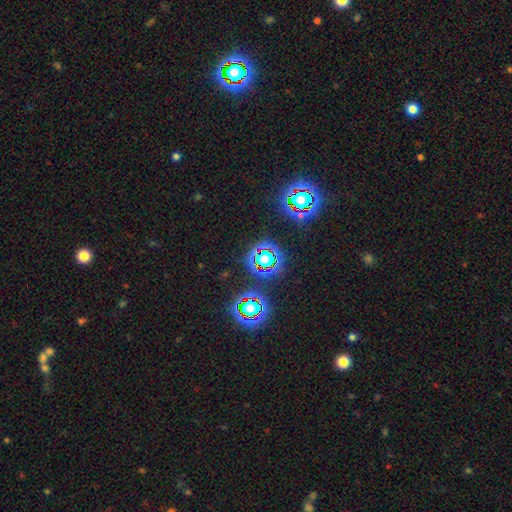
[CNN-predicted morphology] The model was most divided on "smooth or featured": star or artifact: 80%, smooth: 12%, featured or disk: 8%.